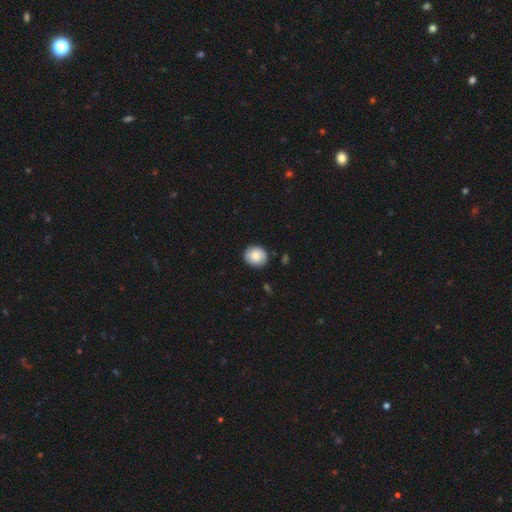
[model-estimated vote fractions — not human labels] Overall: smooth (81%). How rounded: round (82%). Merging: none (88%).